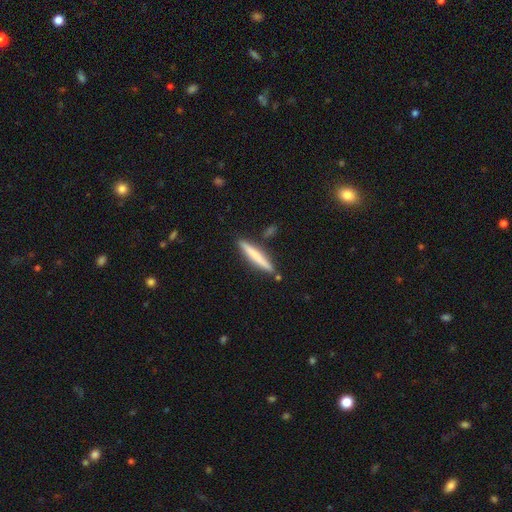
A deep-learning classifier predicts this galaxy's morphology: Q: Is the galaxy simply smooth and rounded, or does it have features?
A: smooth — 65%.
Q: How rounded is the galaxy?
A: cigar-shaped — 94%.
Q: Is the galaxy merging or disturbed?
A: none — 83%.